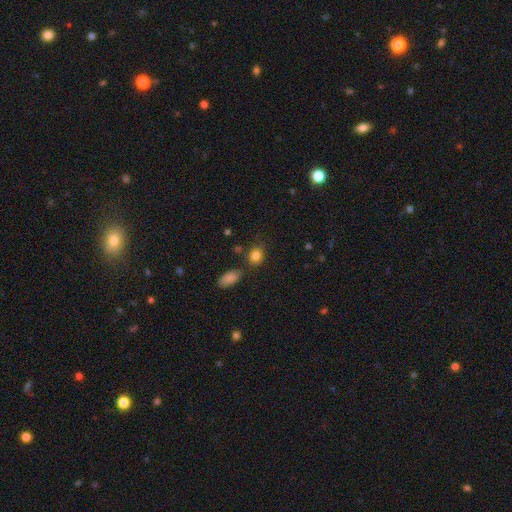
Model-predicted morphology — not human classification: The model was most divided on "how rounded": in between: 51%, round: 48%, cigar-shaped: 2%. More confident: smooth or featured — smooth (84%); merging — none (74%).